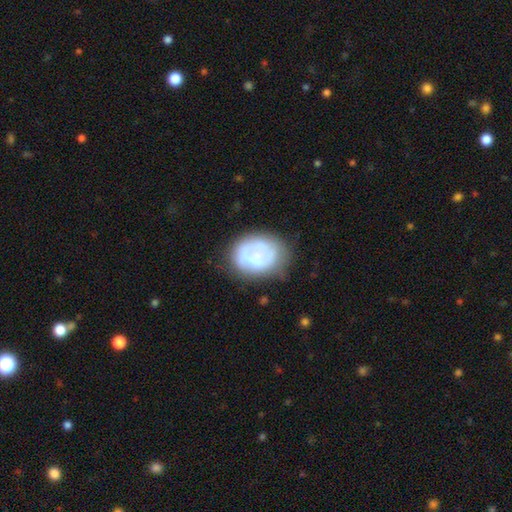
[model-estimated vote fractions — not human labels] This appears to be a smooth galaxy with no disk features (48%). Merging: none (56%).